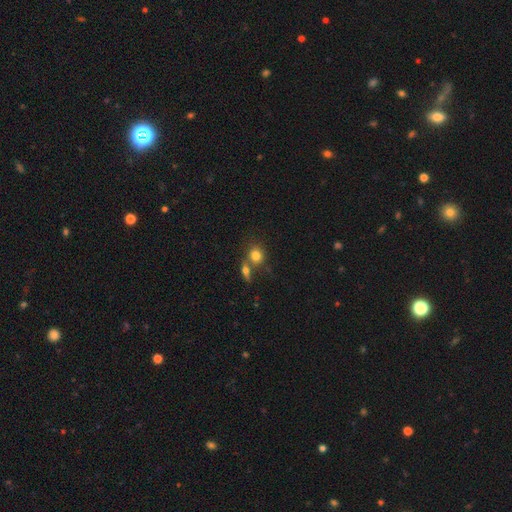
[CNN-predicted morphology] This appears to be a smooth galaxy with no disk features (79%) that is round (71%). Merging: none (47%).